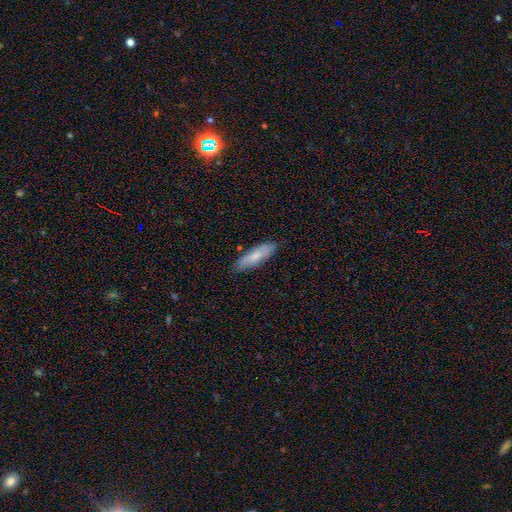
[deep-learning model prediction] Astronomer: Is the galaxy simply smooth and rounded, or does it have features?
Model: smooth — 73%.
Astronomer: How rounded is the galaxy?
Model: cigar-shaped — 58% (runner-up: in between, 41%).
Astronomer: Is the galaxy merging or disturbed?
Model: none — 82%.